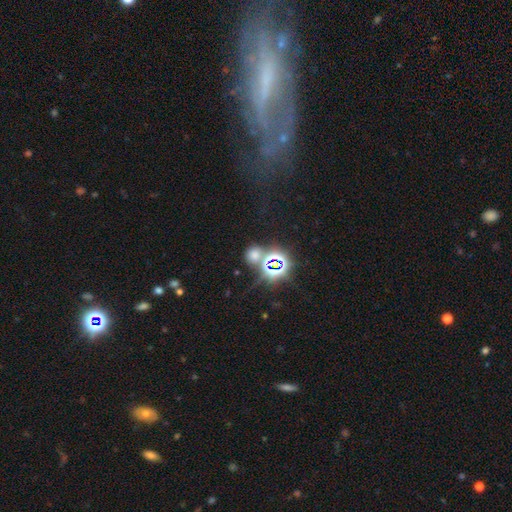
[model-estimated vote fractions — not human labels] Smooth or featured? Predicted: smooth (p=0.47). Merging? Predicted: none (p=0.65).